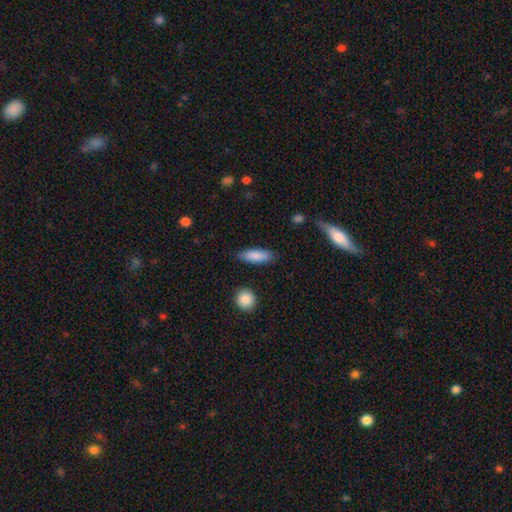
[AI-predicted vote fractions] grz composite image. It shows a smooth galaxy with no disk features (86%) that is in between round and cigar-shaped (57%). Merging: none (86%).